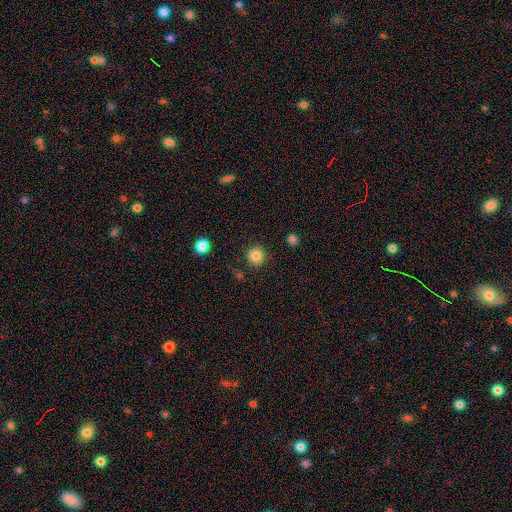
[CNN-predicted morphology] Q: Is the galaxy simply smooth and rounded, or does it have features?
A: smooth — 84%.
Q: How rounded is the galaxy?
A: round — 95%.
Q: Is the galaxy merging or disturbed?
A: none — 90%.